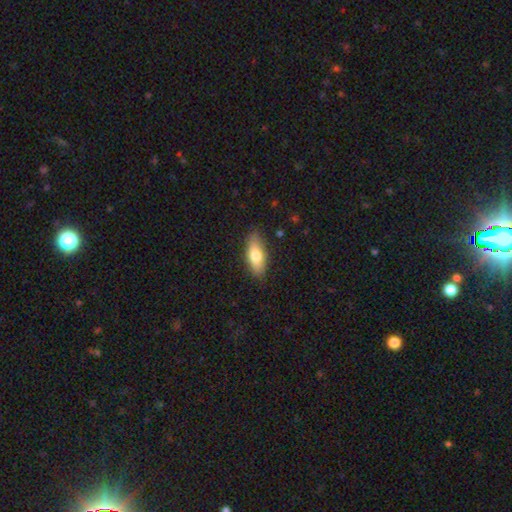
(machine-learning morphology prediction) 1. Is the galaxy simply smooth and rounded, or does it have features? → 74% smooth, 20% featured or disk, 6% star or artifact.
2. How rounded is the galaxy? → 71% in between, 26% cigar-shaped, 3% round.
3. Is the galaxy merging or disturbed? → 84% none, 12% minor disturbance, 3% major disturbance, 1% merger.